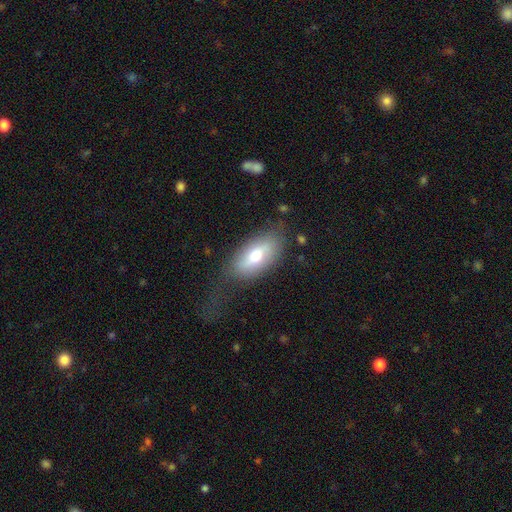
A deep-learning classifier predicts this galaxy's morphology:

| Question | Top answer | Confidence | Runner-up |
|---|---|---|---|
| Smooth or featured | smooth | 65% | featured or disk (27%) |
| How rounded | in between | 90% | cigar-shaped (7%) |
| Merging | none | 55% | minor disturbance (24%) |